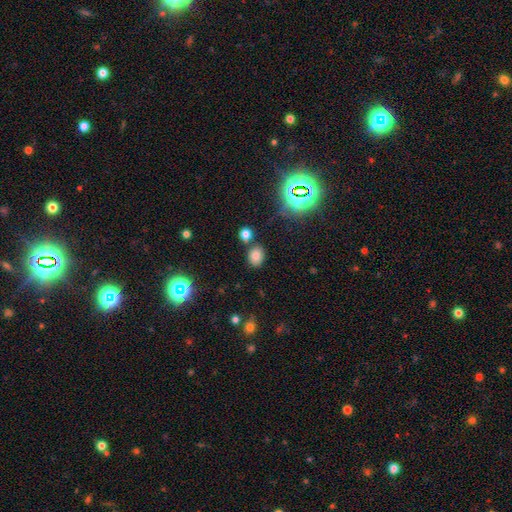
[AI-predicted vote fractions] smooth_or_featured: smooth (p=0.74) [alt: star or artifact p=0.19]
how_rounded: in between (p=0.58) [alt: round p=0.41]
merging: none (p=0.76) [alt: minor disturbance p=0.11]